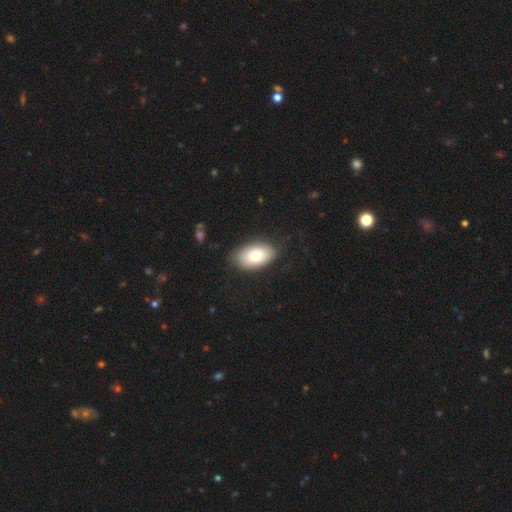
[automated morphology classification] Smooth or featured? Predicted: smooth (p=0.78). How rounded? Predicted: in between (p=0.93). Merging? Predicted: none (p=0.82).